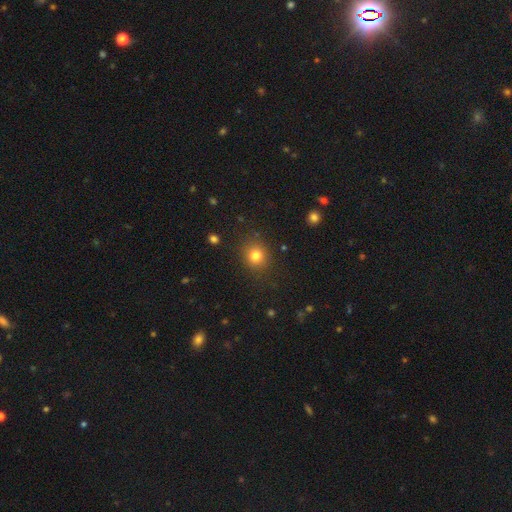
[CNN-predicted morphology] The model was most divided on "how rounded": round: 83%, in between: 16%, cigar-shaped: 1%. More confident: merging — none (87%); smooth or featured — smooth (80%).